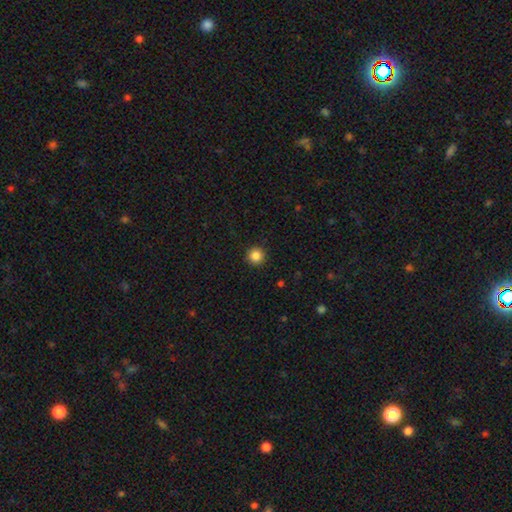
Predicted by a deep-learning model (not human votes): smooth-or-featured: smooth: 86% | star or artifact: 10% | featured or disk: 3%
  how-rounded: round: 96% | in between: 3% | cigar-shaped: 1%
  merging: none: 93% | minor disturbance: 4% | major disturbance: 2% | merger: 1%